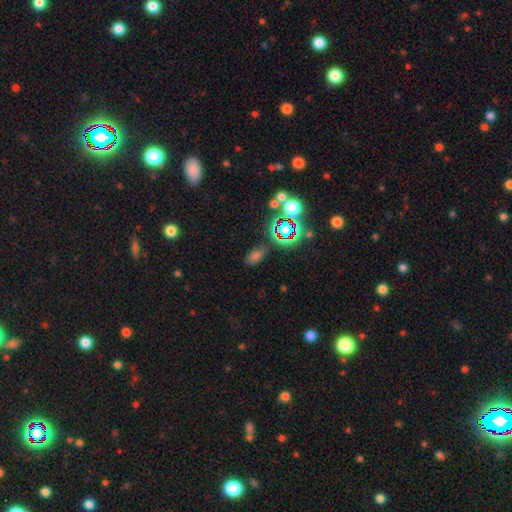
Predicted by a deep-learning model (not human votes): This is possibly a smooth galaxy (48%). Merging: likely none (75%).